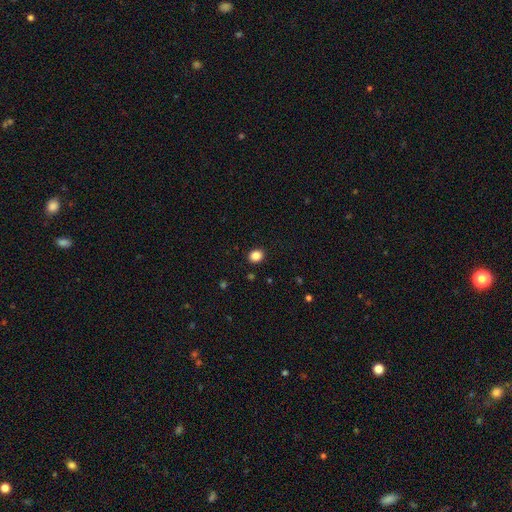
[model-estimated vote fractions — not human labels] smooth-or-featured: smooth: 86% | star or artifact: 11% | featured or disk: 4%
  how-rounded: round: 66% | in between: 33% | cigar-shaped: 1%
  merging: none: 91% | minor disturbance: 6% | major disturbance: 2% | merger: 1%